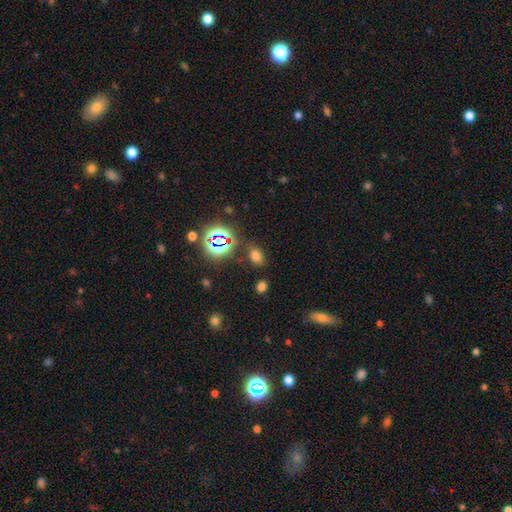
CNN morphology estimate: This appears to be a smooth galaxy with no disk features (65%) that is in between round and cigar-shaped (84%). Merging: none (80%).